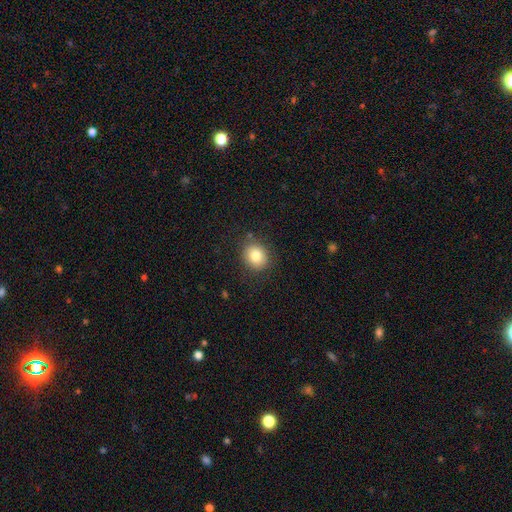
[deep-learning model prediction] smooth_or_featured: smooth (p=0.81) [alt: star or artifact p=0.10]
how_rounded: round (p=0.73) [alt: in between p=0.26]
merging: none (p=0.85) [alt: minor disturbance p=0.10]